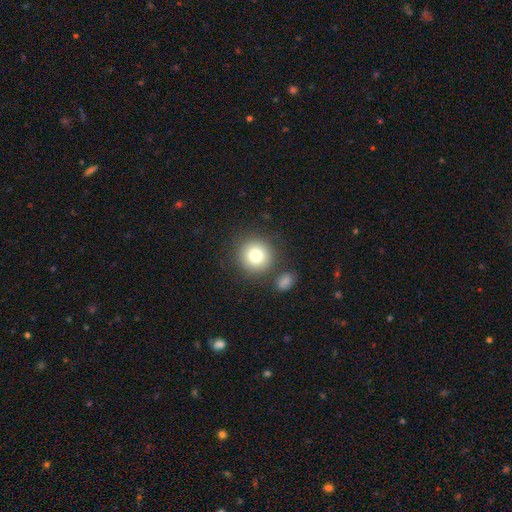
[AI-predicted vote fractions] Morphology: type=smooth (78%); roundness=round (94%); merging=none (82%).